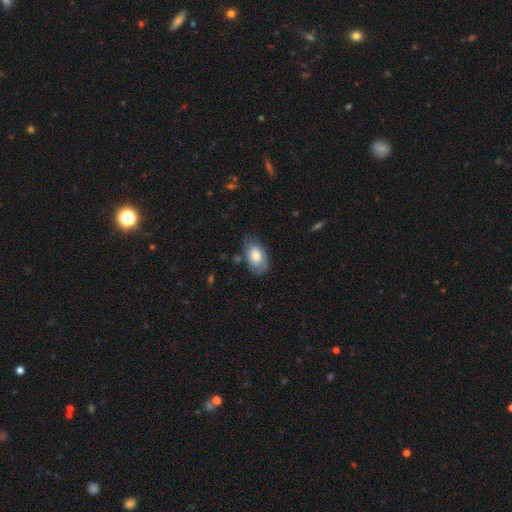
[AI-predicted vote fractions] Smooth or featured? smooth (76%)
How rounded? in between (92%)
Merging? none (70%)